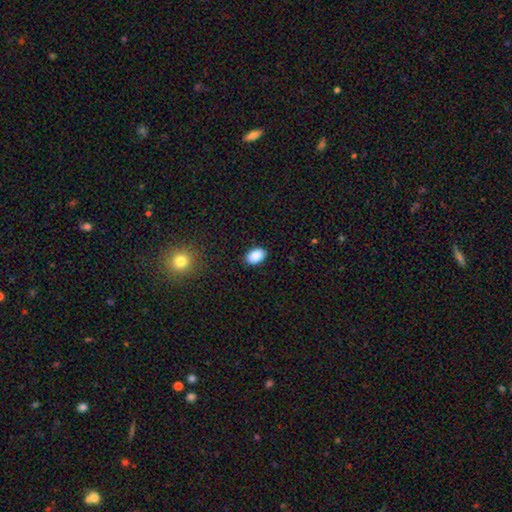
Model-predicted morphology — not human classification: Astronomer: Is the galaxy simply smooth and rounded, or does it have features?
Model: smooth — 89%.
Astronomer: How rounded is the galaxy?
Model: in between — 88%.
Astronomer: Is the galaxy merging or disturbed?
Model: none — 88%.